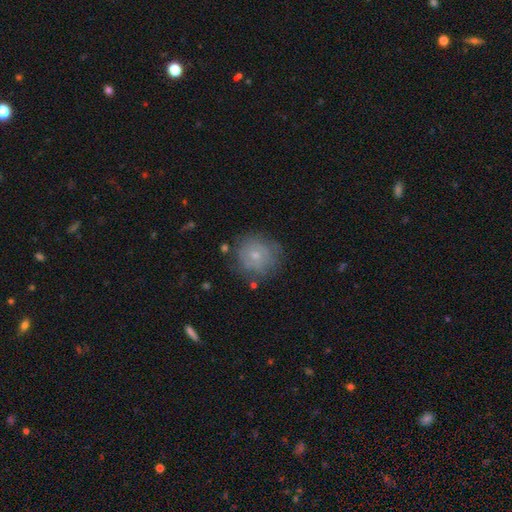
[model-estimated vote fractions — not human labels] Overall: smooth (51%; featured or disk 40%). How rounded: round (88%). Merging: none (71%).